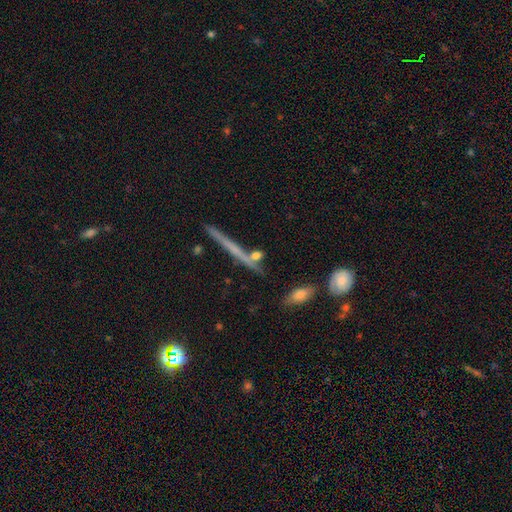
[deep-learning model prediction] Smooth or featured?
  - smooth: 59% *
  - featured or disk: 30%
  - star or artifact: 11%
How rounded?
  - cigar-shaped: 49% *
  - round: 28%
  - in between: 22%
Merging?
  - none: 64% *
  - merger: 17%
  - minor disturbance: 13%
  - major disturbance: 5%